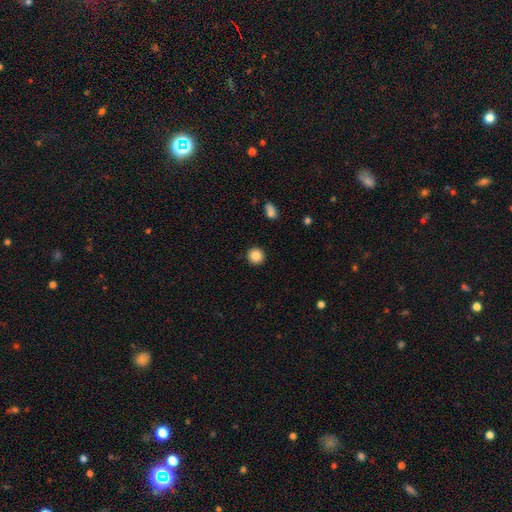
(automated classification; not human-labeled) Overall: smooth (86%). How rounded: round (94%). Merging: none (92%).